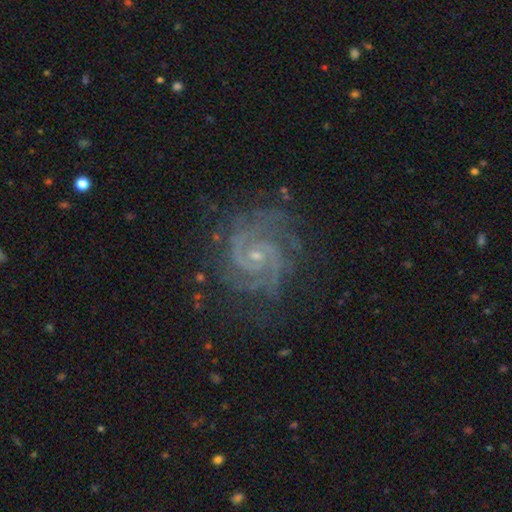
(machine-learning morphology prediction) Smooth or featured? featured or disk (91%)
Edge-on disk? no (98%)
Bar? no (59%)
Spiral arms? yes (99%)
Spiral winding? tight (63%)
Spiral arm count? 2 (62%)
Bulge size? small (78%)
Merging? none (75%)